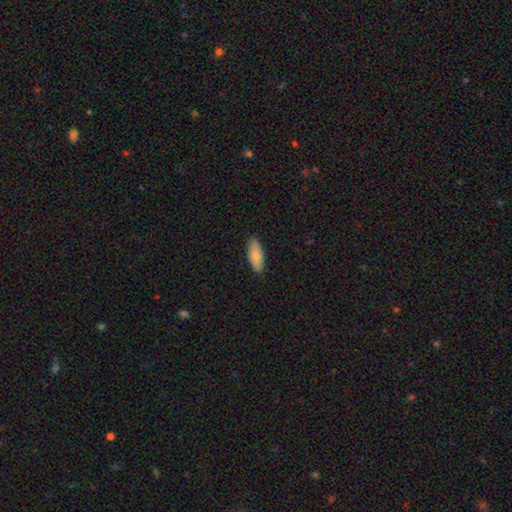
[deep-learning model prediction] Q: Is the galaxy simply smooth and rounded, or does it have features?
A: smooth — 85%.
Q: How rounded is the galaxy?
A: in between — 76%.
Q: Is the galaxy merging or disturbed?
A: none — 88%.